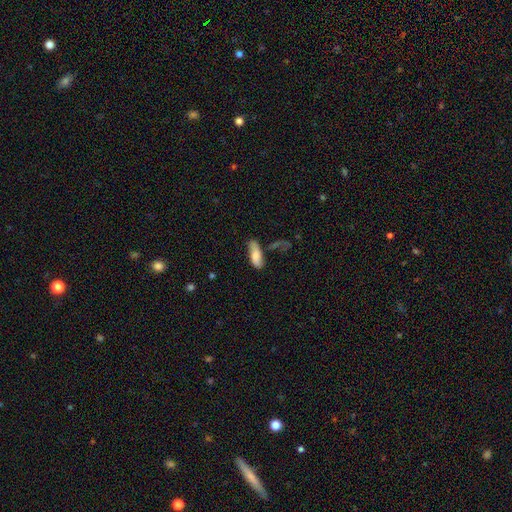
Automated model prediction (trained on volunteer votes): The model was most divided on "merging": none: 49%, minor disturbance: 27%, major disturbance: 13%, merger: 11%. More confident: smooth or featured — smooth (72%); how rounded — in between (70%).